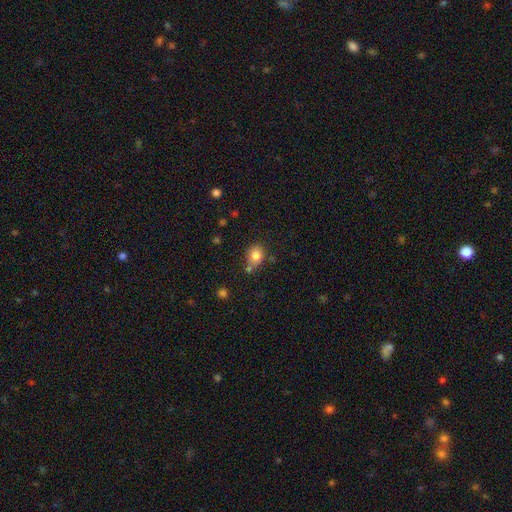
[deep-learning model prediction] The model was most divided on "how rounded": round: 50%, in between: 49%, cigar-shaped: 1%. More confident: smooth or featured — smooth (81%); merging — none (63%).